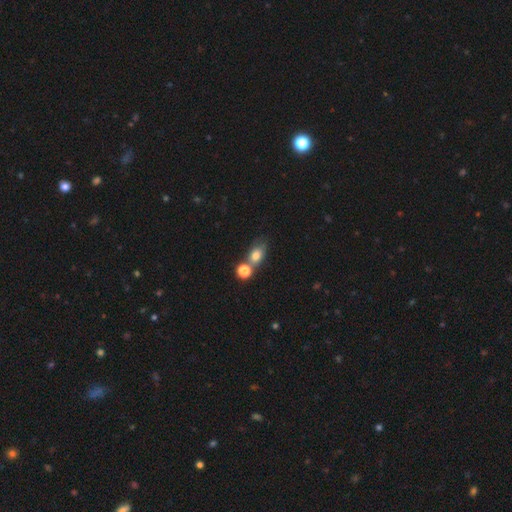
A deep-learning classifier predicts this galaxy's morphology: Q: Smooth or featured?
A: smooth (76%); runner-up: featured or disk (12%)
Q: How rounded?
A: in between (66%); runner-up: round (30%)
Q: Merging?
A: none (44%); runner-up: merger (35%)